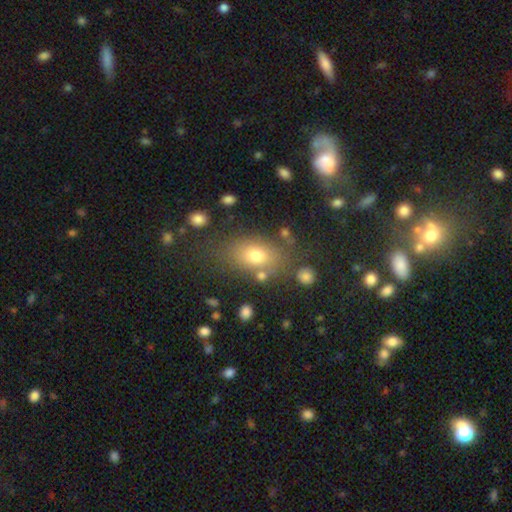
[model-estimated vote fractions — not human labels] A smooth galaxy with no disk features (73%) that is in between round and cigar-shaped (75%). Merging: none (71%).